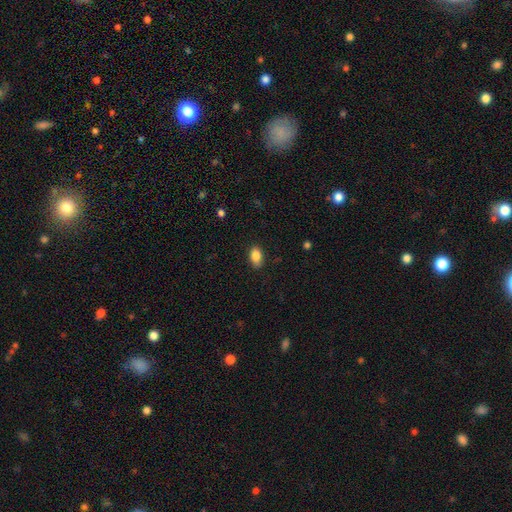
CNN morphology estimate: smooth-or-featured: smooth: 86% | star or artifact: 8% | featured or disk: 5%
  how-rounded: in between: 88% | round: 10% | cigar-shaped: 2%
  merging: none: 85% | minor disturbance: 12% | major disturbance: 2% | merger: 1%